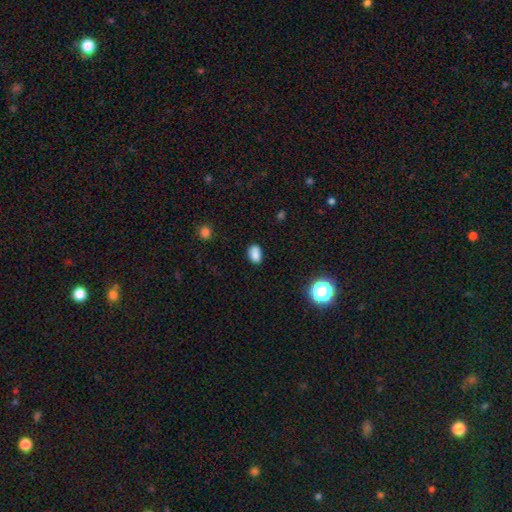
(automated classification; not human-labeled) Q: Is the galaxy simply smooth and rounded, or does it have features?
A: smooth — 83%.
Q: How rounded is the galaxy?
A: in between — 82%.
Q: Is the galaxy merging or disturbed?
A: none — 77%.